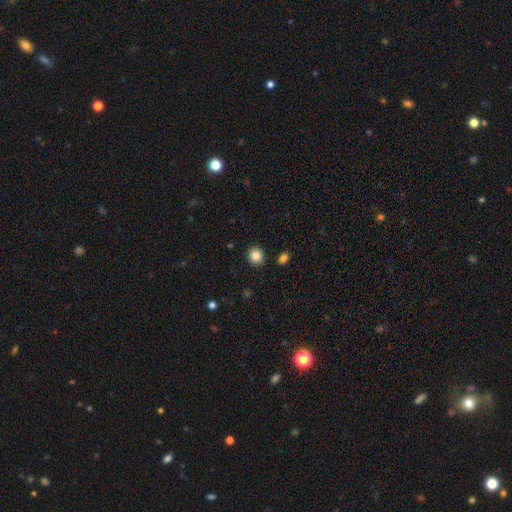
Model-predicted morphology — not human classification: Smooth or featured?
  - smooth: 85% *
  - star or artifact: 10%
  - featured or disk: 4%
How rounded?
  - round: 83% *
  - in between: 16%
  - cigar-shaped: 1%
Merging?
  - none: 90% *
  - minor disturbance: 6%
  - merger: 2%
  - major disturbance: 2%